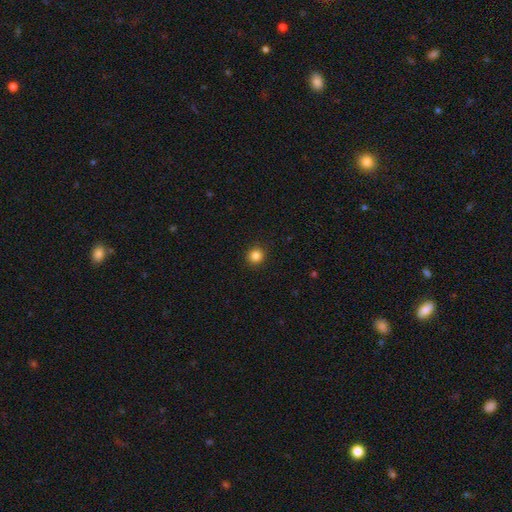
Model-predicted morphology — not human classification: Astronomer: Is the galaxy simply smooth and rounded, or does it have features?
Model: smooth — 85%.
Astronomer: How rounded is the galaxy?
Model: round — 92%.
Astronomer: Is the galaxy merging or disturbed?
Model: none — 91%.